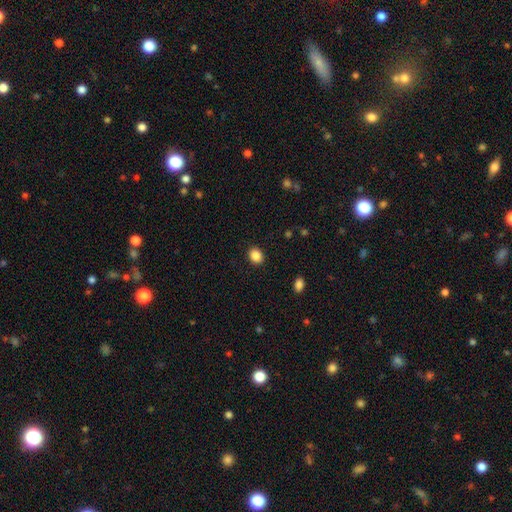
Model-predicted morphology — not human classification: This appears to be a smooth galaxy with no disk features (88%) that is round (57%). Merging: none (90%).